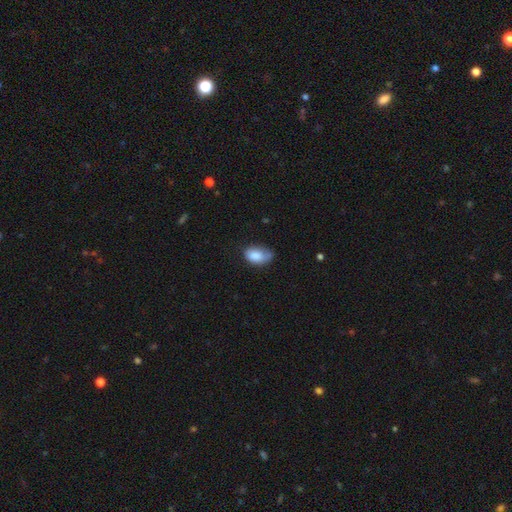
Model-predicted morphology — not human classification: A smooth galaxy with no disk features (82%) that is in between round and cigar-shaped (91%). Merging: none (44%).